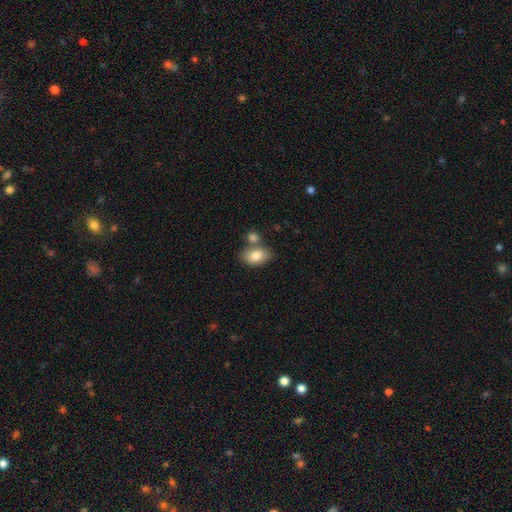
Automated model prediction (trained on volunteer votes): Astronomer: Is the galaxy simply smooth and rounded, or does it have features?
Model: smooth — 83%.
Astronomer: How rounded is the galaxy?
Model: in between — 86%.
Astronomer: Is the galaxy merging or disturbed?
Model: none — 57%.